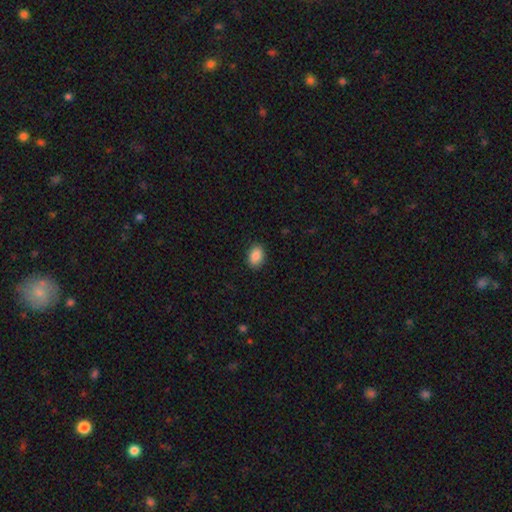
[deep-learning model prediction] Smooth or featured? Predicted: smooth (p=0.89). How rounded? Predicted: in between (p=0.81). Merging? Predicted: none (p=0.89).